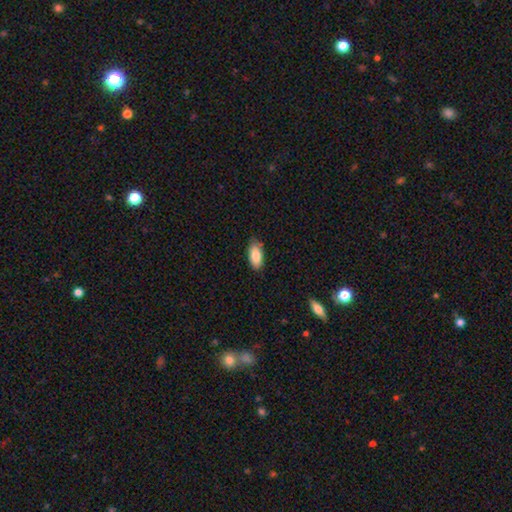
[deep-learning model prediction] smooth-or-featured: smooth: 87% | featured or disk: 7% | star or artifact: 6%
  how-rounded: in between: 90% | cigar-shaped: 7% | round: 2%
  merging: none: 79% | minor disturbance: 17% | major disturbance: 2% | merger: 1%